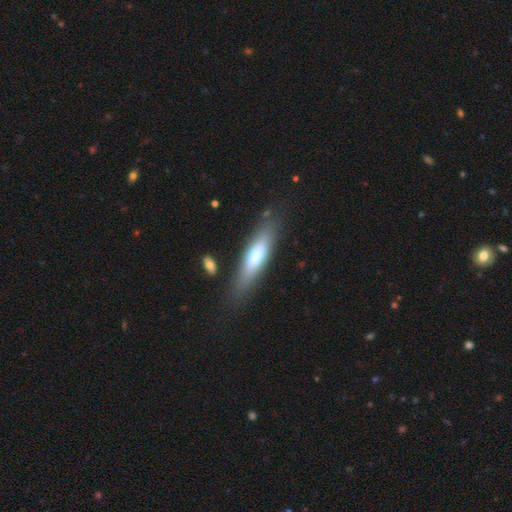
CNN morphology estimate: A smooth galaxy with no disk features (62%) that is cigar-shaped (65%).

Vote fractions:
- Smooth or featured? smooth: 62% / featured or disk: 32% / star or artifact: 6%
- How rounded? cigar-shaped: 65% / in between: 33% / round: 2%
- Merging? none: 81% / minor disturbance: 13% / major disturbance: 4% / merger: 3%